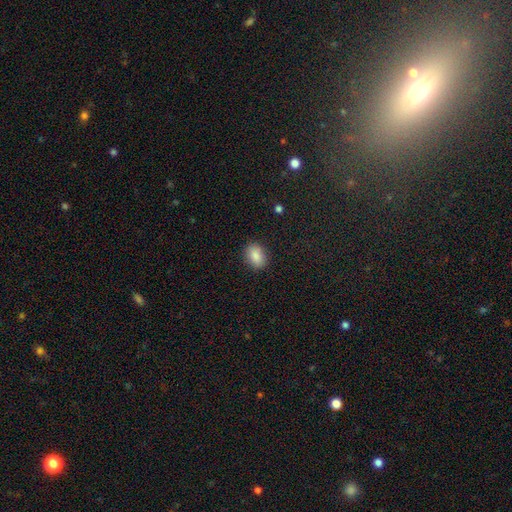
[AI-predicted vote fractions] Smooth or featured? Predicted: smooth (p=0.87). How rounded? Predicted: in between (p=0.77). Merging? Predicted: none (p=0.88).